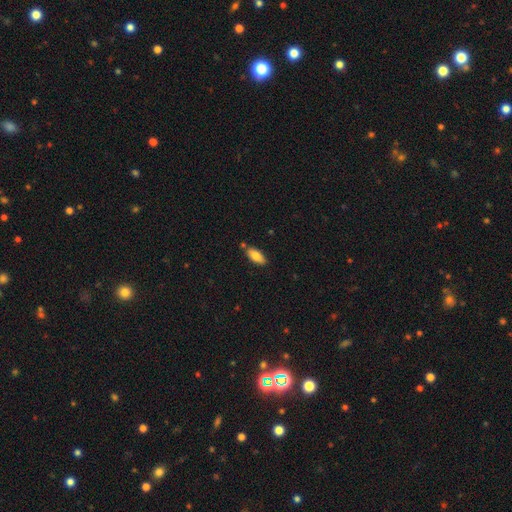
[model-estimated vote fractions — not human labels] Smooth or featured?
  - smooth: 81% *
  - featured or disk: 13%
  - star or artifact: 7%
How rounded?
  - in between: 82% *
  - cigar-shaped: 16%
  - round: 2%
Merging?
  - none: 78% *
  - minor disturbance: 13%
  - merger: 6%
  - major disturbance: 2%